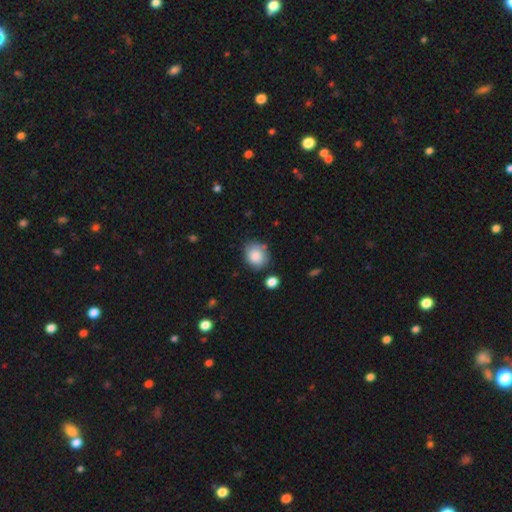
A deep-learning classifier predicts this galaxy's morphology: This is clearly a smooth galaxy (84%). How rounded: likely round (63%). Merging: likely none (72%).